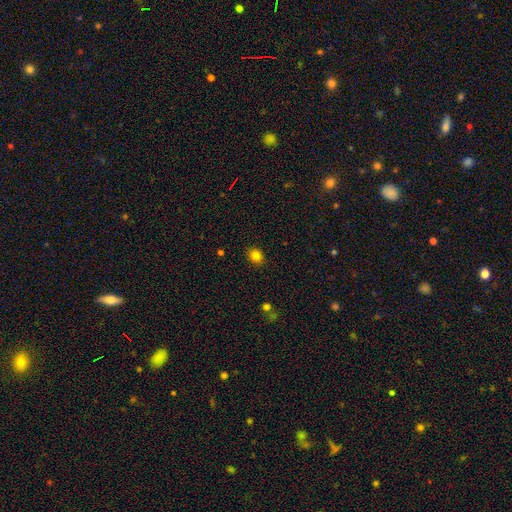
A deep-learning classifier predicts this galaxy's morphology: The model was most divided on "how rounded": round: 54%, in between: 45%, cigar-shaped: 1%. More confident: merging — none (89%); smooth or featured — smooth (82%).